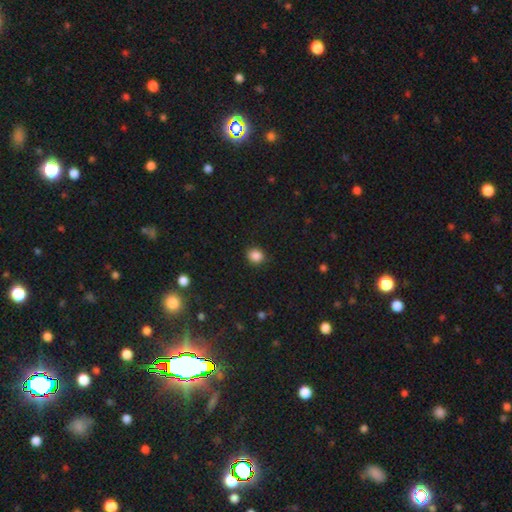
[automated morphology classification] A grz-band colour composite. It shows a smooth galaxy with no disk features (86%) that is round (72%). Merging: none (87%).